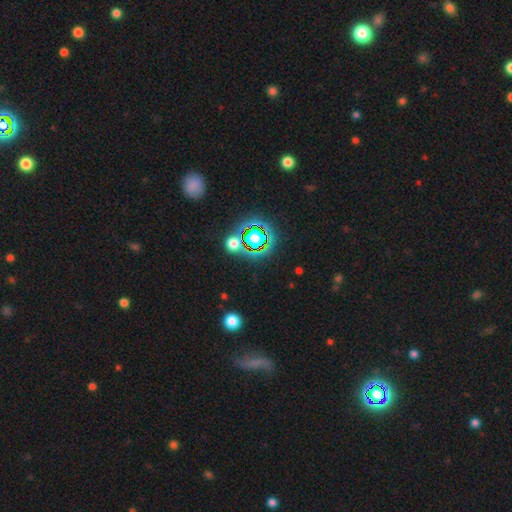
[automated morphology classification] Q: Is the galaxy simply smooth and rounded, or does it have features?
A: star or artifact — 75%.